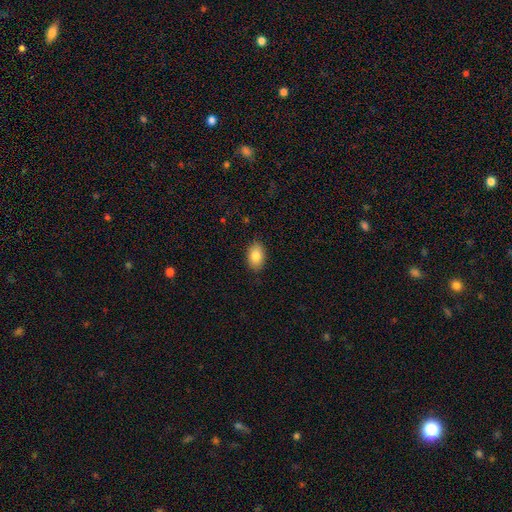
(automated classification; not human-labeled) A smooth galaxy with no disk features (84%) that is in between round and cigar-shaped (88%). Merging: none (87%).